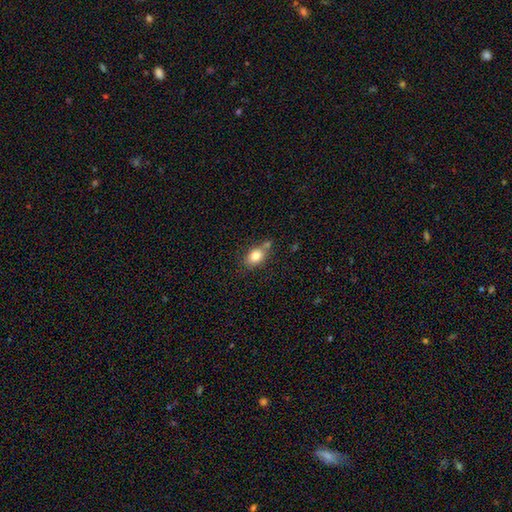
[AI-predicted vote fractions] smooth_or_featured: smooth (p=0.81) [alt: featured or disk p=0.10]
how_rounded: in between (p=0.76) [alt: round p=0.22]
merging: none (p=0.59) [alt: merger p=0.19]